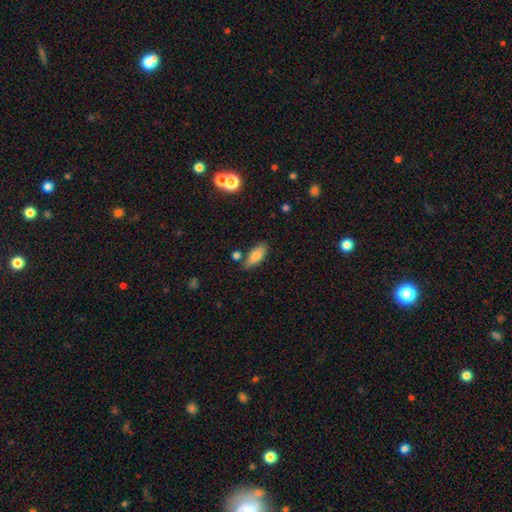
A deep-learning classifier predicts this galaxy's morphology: The model was most divided on "merging": none: 76%, minor disturbance: 14%, merger: 7%, major disturbance: 3%. More confident: smooth or featured — smooth (82%); how rounded — in between (81%).